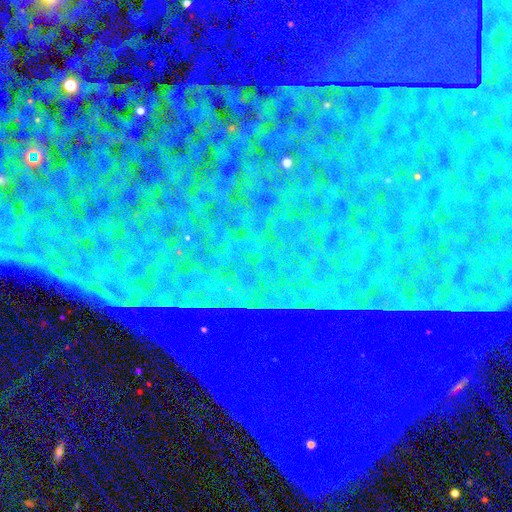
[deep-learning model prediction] smooth-or-featured: star or artifact: 86% | featured or disk: 8% | smooth: 7%